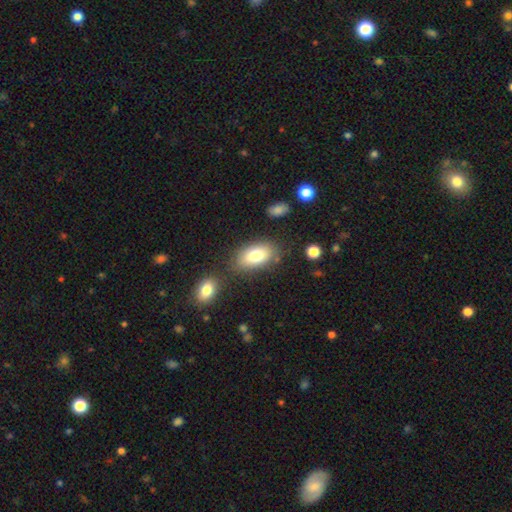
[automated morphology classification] type=smooth (78%); roundness=in between (91%); merging=none (75%).